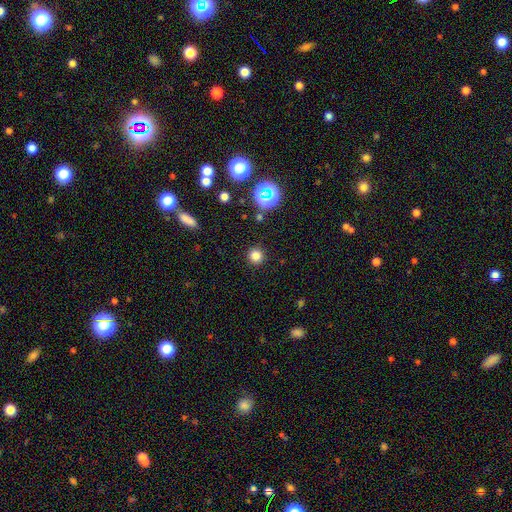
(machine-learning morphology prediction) This is likely a smooth galaxy (78%). How rounded: clearly round (95%). Merging: clearly none (91%).